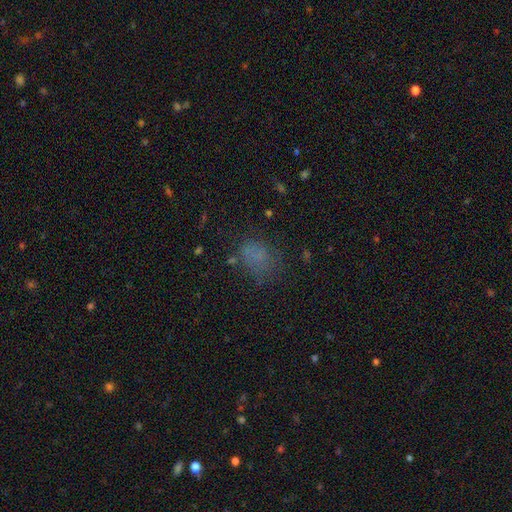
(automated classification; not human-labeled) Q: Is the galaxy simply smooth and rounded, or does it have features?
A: smooth — 65%.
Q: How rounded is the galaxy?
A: in between — 66%.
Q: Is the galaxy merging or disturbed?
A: none — 55%.